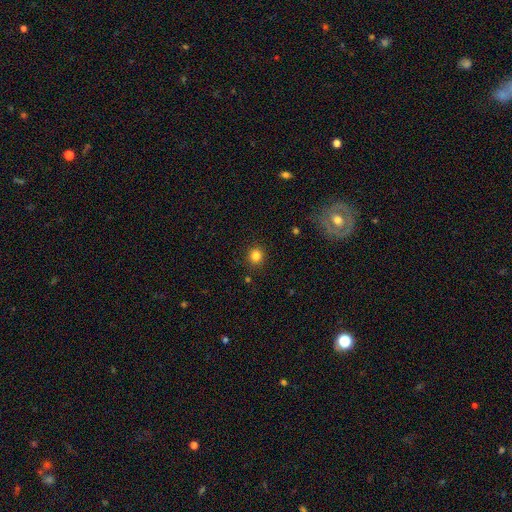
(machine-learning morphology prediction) This is clearly a smooth galaxy (83%). How rounded: clearly round (89%). Merging: clearly none (90%).